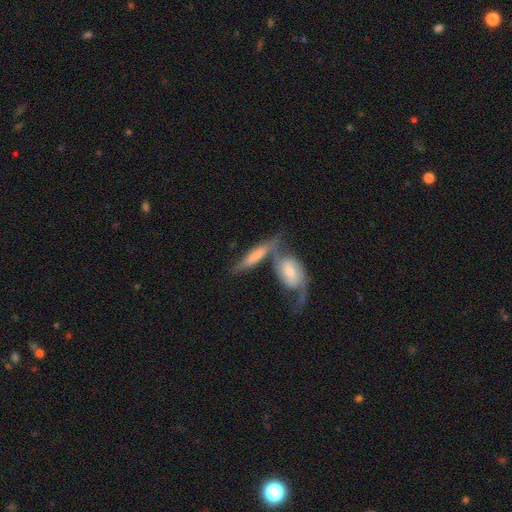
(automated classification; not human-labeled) This appears to be a smooth galaxy with no disk features (53%) that is cigar-shaped (64%). Merging: merger (50%).